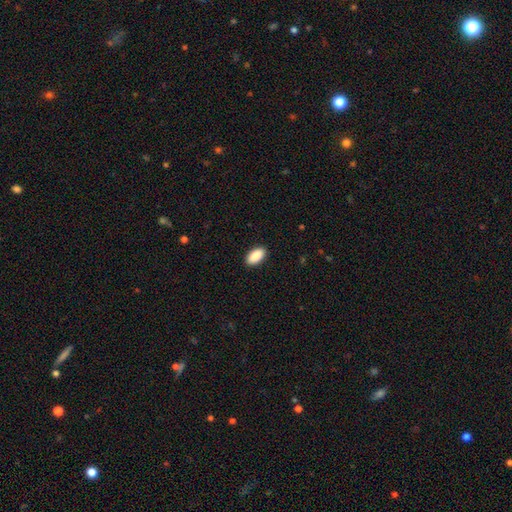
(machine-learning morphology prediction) This is clearly a smooth galaxy (90%). How rounded: clearly in between (95%). Merging: clearly none (91%).